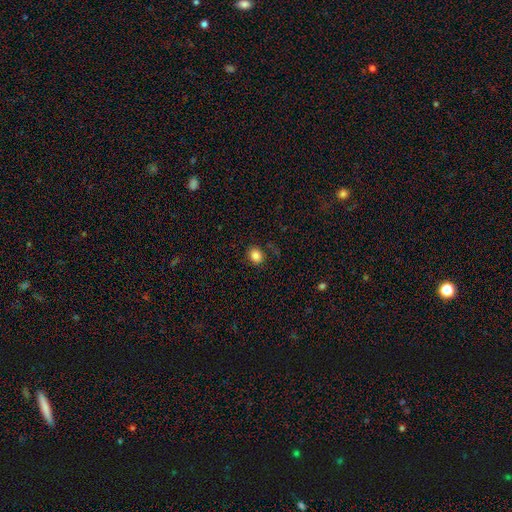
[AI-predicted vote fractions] Q: Smooth or featured?
A: smooth (85%); runner-up: star or artifact (11%)
Q: How rounded?
A: round (56%); runner-up: in between (43%)
Q: Merging?
A: none (85%); runner-up: minor disturbance (10%)